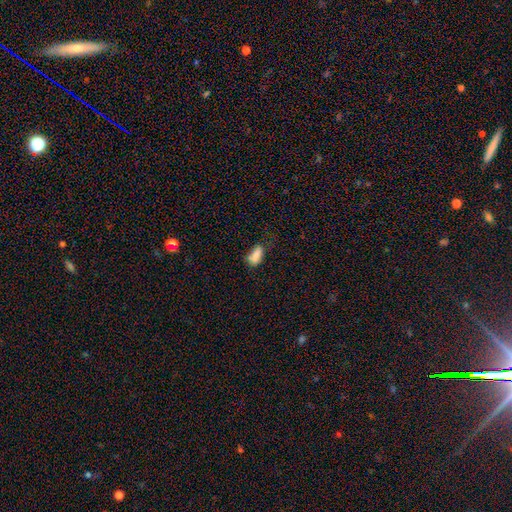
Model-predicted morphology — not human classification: This appears to be a smooth galaxy with no disk features (84%) that is in between round and cigar-shaped (87%). Merging: none (48%).